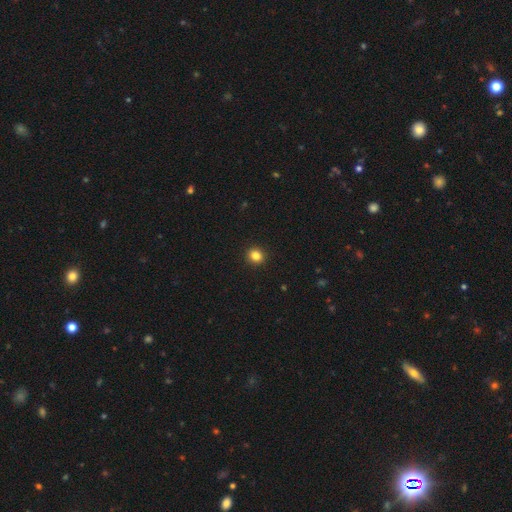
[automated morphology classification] Smooth or featured? smooth (84%)
How rounded? round (84%)
Merging? none (93%)